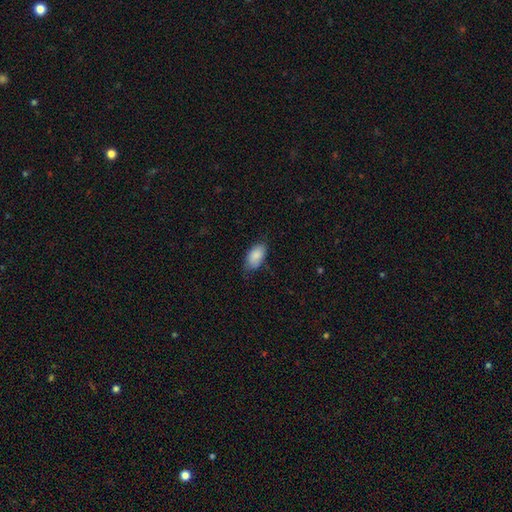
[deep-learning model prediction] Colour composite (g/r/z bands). It shows a smooth galaxy with no disk features (86%) that is in between round and cigar-shaped (93%). Merging: none (64%).